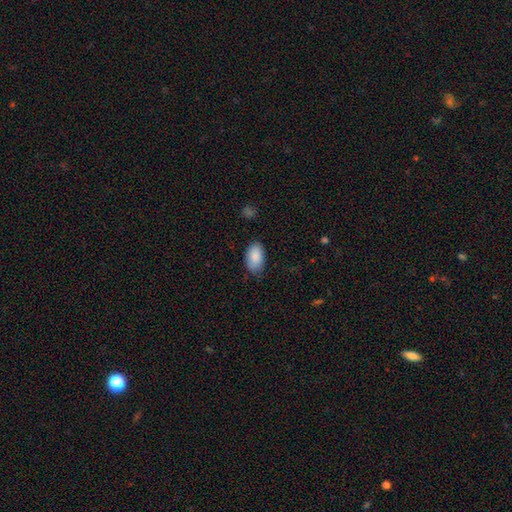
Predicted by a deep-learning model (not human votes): This is clearly a smooth galaxy (88%). How rounded: clearly in between (95%). Merging: clearly none (80%).